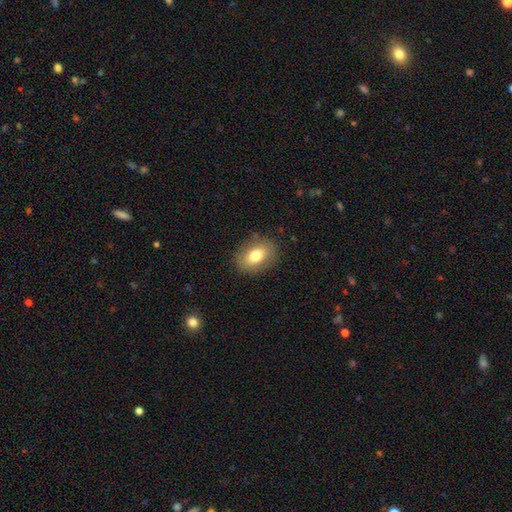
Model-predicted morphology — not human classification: smooth_or_featured: smooth (p=0.75) [alt: featured or disk p=0.16]
how_rounded: in between (p=0.76) [alt: round p=0.23]
merging: none (p=0.84) [alt: minor disturbance p=0.11]